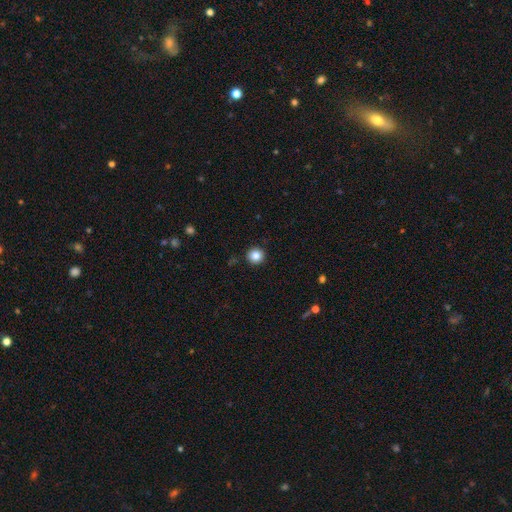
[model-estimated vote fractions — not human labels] The model was most divided on "smooth or featured": smooth: 84%, star or artifact: 10%, featured or disk: 5%. More confident: how rounded — round (95%); merging — none (92%).